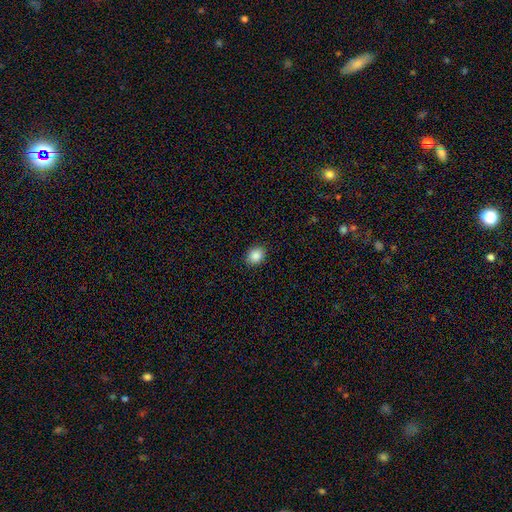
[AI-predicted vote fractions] Morphology: type=smooth (88%); roundness=round (53%); merging=none (90%).